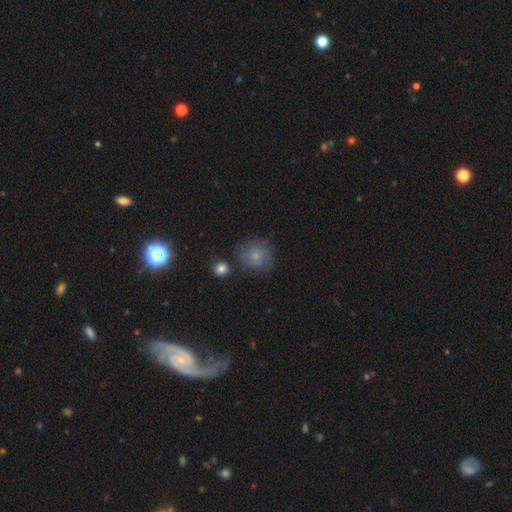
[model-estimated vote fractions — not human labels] The model was most divided on "merging": none: 66%, minor disturbance: 21%, major disturbance: 8%, merger: 5%. More confident: how rounded — round (83%); smooth or featured — smooth (75%).